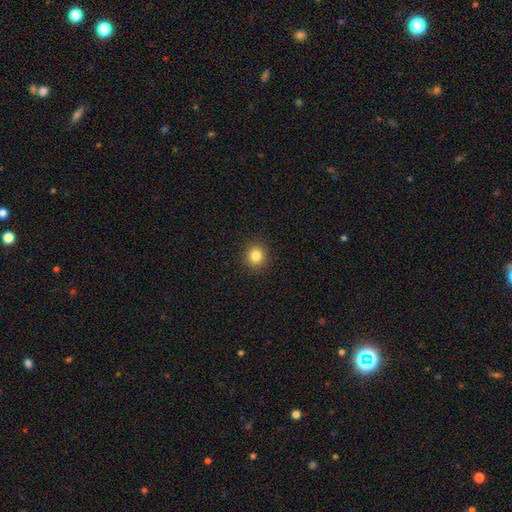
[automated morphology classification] Smooth or featured?
  - smooth: 84% *
  - star or artifact: 11%
  - featured or disk: 5%
How rounded?
  - round: 91% *
  - in between: 8%
  - cigar-shaped: 1%
Merging?
  - none: 92% *
  - minor disturbance: 5%
  - major disturbance: 2%
  - merger: 1%